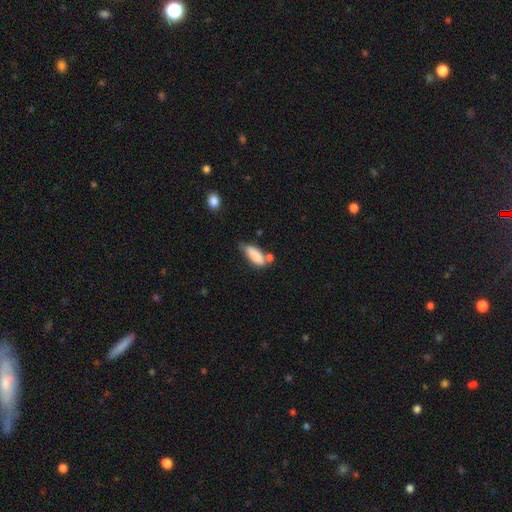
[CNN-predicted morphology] This appears to be a smooth galaxy with no disk features (83%) that is in between round and cigar-shaped (69%). Merging: none (41%).